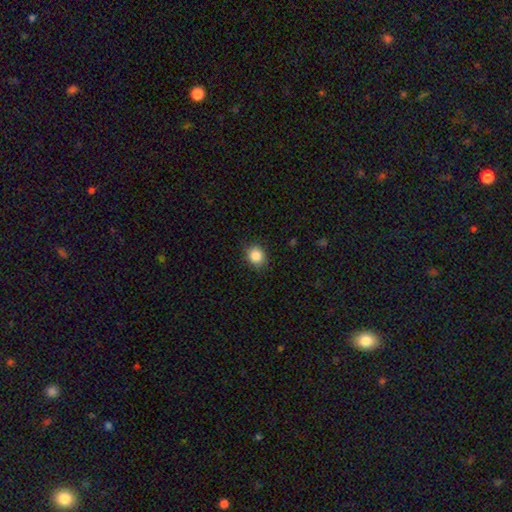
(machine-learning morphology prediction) Smooth or featured: smooth — 86% (star or artifact — 10%)
How rounded: round — 71% (in between — 28%)
Merging: none — 87% (minor disturbance — 10%)